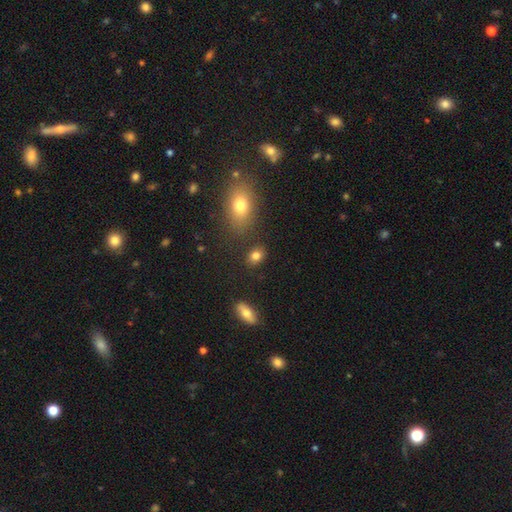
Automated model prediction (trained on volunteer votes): smooth-or-featured: smooth: 82% | star or artifact: 11% | featured or disk: 7%
  how-rounded: in between: 73% | round: 25% | cigar-shaped: 2%
  merging: none: 82% | minor disturbance: 10% | merger: 4% | major disturbance: 3%